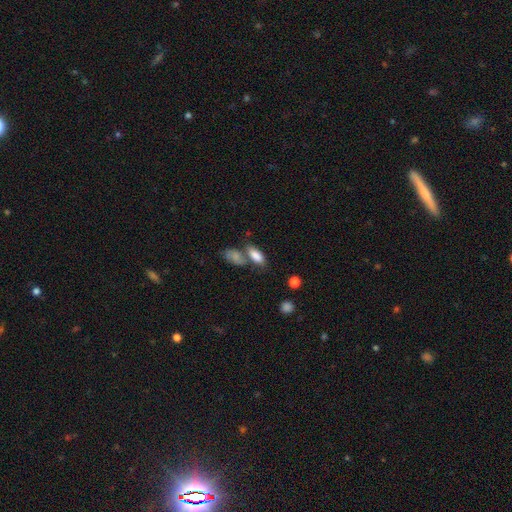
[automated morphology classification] A smooth galaxy with no disk features (82%) that is in between round and cigar-shaped (85%).

Vote fractions:
- Smooth or featured? smooth: 82% / featured or disk: 10% / star or artifact: 8%
- How rounded? in between: 85% / cigar-shaped: 11% / round: 4%
- Merging? none: 45% / merger: 37% / minor disturbance: 13% / major disturbance: 5%